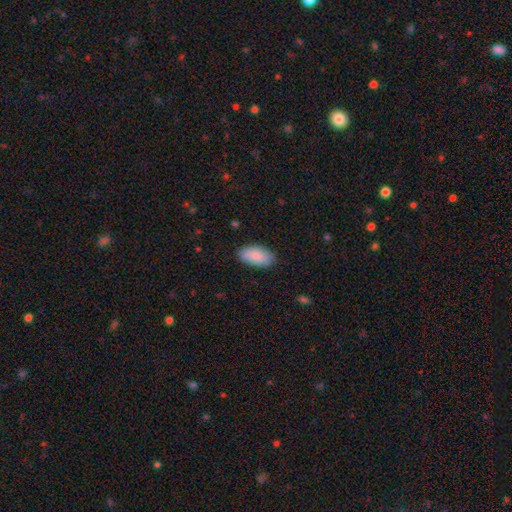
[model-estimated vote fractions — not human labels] Morphology: type=smooth (87%); roundness=in between (94%); merging=none (85%).